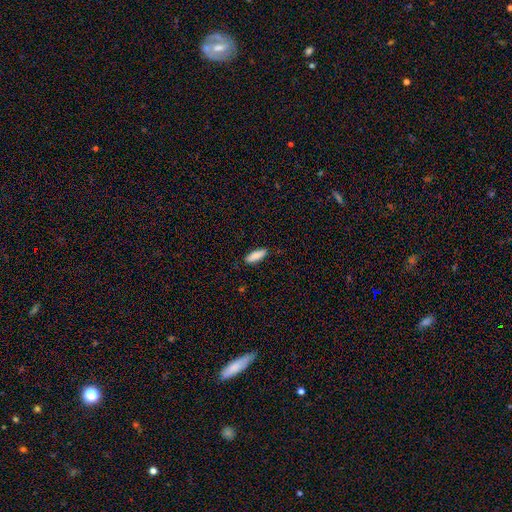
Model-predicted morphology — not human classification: Q: Smooth or featured?
A: smooth (88%); runner-up: featured or disk (6%)
Q: How rounded?
A: in between (57%); runner-up: cigar-shaped (42%)
Q: Merging?
A: none (87%); runner-up: minor disturbance (10%)